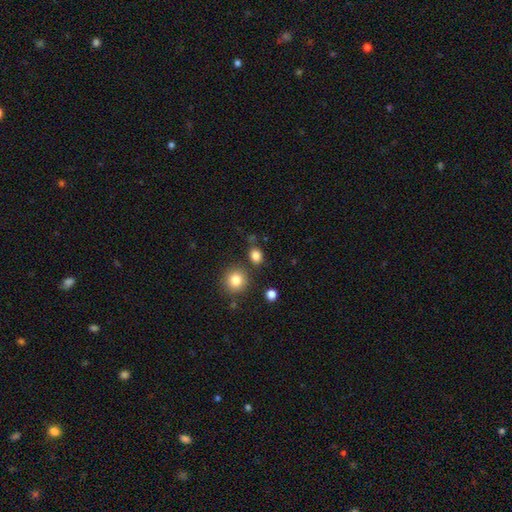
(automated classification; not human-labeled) A smooth galaxy with no disk features (82%) that is round (60%). Merging: none (78%).